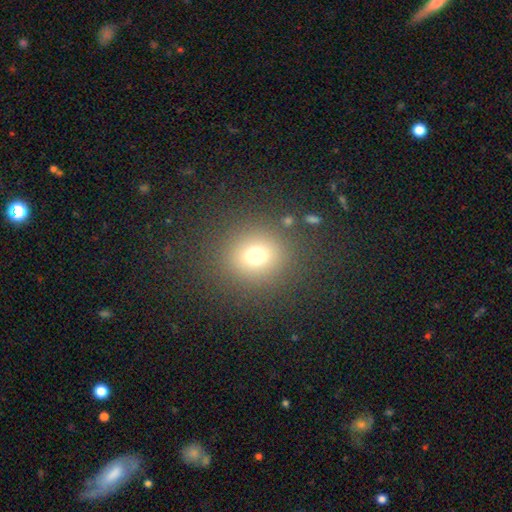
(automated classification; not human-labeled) This appears to be a smooth galaxy with no disk features (72%) that is round (84%). Merging: none (86%).